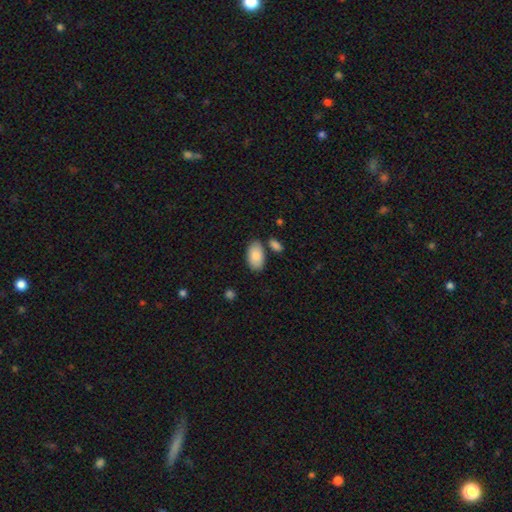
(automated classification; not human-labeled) This appears to be a smooth galaxy with no disk features (87%) that is in between round and cigar-shaped (95%). Merging: none (75%).